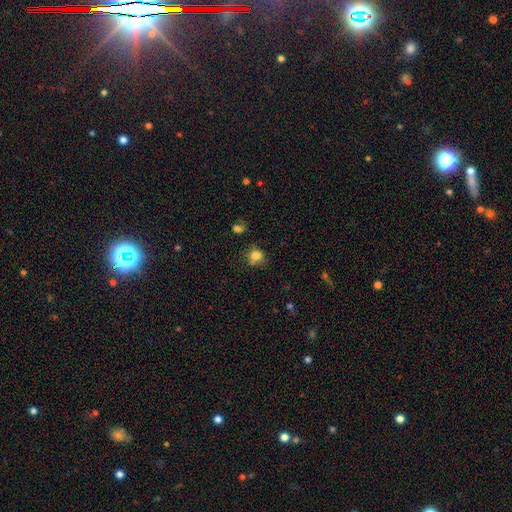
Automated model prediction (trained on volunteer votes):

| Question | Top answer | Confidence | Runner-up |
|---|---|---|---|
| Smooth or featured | smooth | 77% | star or artifact (13%) |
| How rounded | round | 64% | in between (35%) |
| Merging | none | 57% | minor disturbance (21%) |